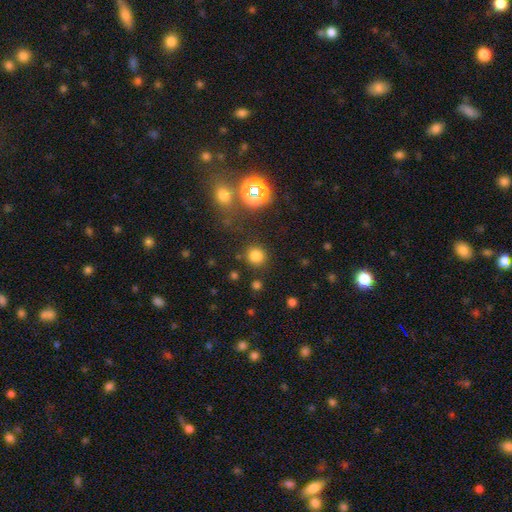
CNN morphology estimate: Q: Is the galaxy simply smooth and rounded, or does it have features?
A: smooth — 78%.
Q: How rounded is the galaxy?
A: round — 92%.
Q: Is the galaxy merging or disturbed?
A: none — 87%.